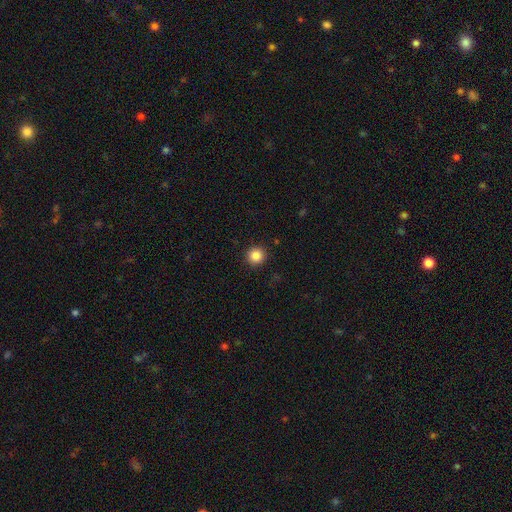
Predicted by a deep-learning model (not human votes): Smooth or featured?
  - smooth: 86% *
  - star or artifact: 10%
  - featured or disk: 3%
How rounded?
  - round: 94% *
  - in between: 5%
  - cigar-shaped: 1%
Merging?
  - none: 92% *
  - minor disturbance: 5%
  - major disturbance: 2%
  - merger: 1%